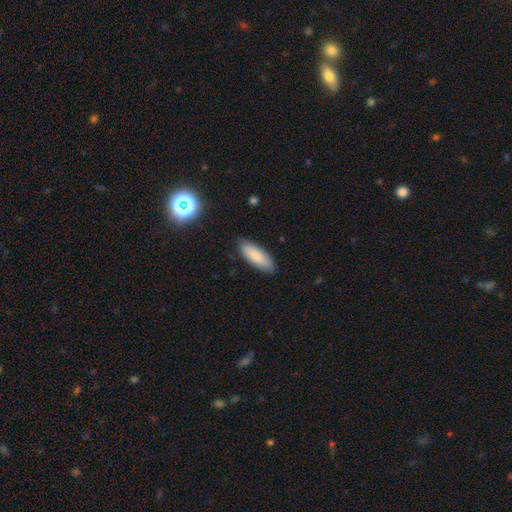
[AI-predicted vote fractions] smooth 85%, featured or disk 9%, star or artifact 6%. Down the decision tree: how rounded — in between (64%); merging — none (86%).